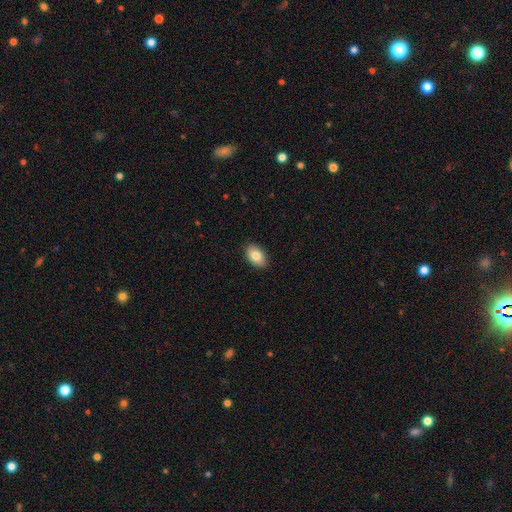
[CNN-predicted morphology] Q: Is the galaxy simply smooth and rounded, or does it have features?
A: smooth — 83%.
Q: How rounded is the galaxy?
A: in between — 91%.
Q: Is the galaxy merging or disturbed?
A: none — 88%.